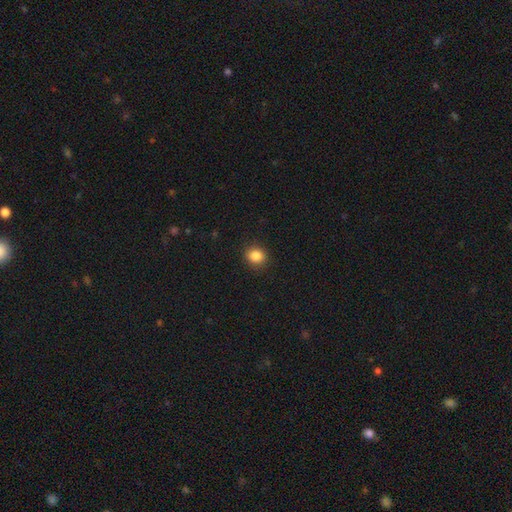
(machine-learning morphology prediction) This appears to be a smooth galaxy with no disk features (86%) that is round (73%). Merging: none (90%).